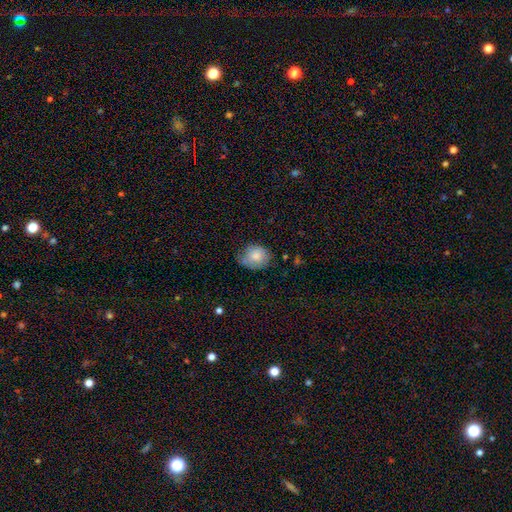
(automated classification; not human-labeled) Smooth or featured? Predicted: smooth (p=0.80). How rounded? Predicted: round (p=0.65). Merging? Predicted: none (p=0.56).